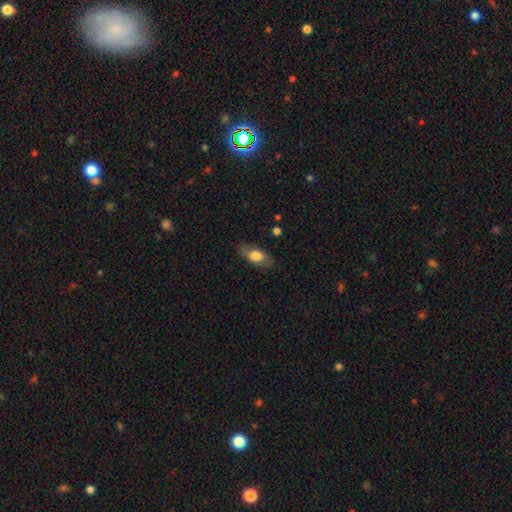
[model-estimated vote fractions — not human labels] Smooth or featured: smooth — 71% (featured or disk — 22%)
How rounded: in between — 85% (cigar-shaped — 9%)
Merging: none — 77% (minor disturbance — 17%)